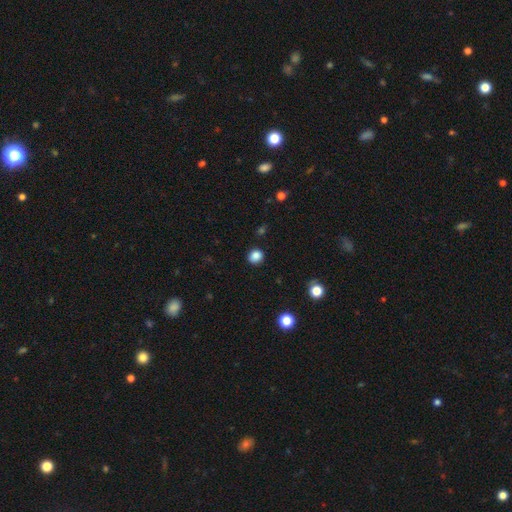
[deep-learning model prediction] Smooth or featured? smooth (85%)
How rounded? round (82%)
Merging? none (90%)